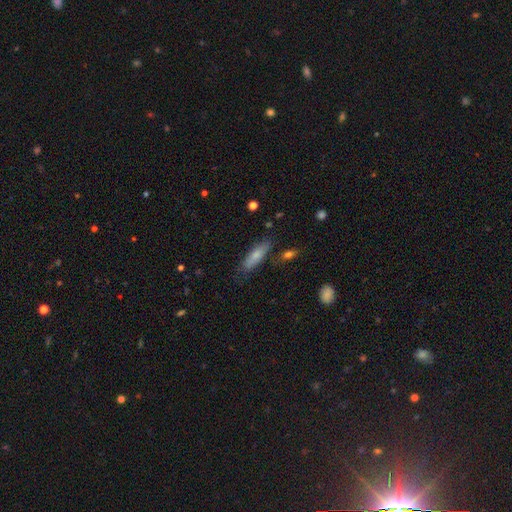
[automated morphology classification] Smooth or featured?
  - smooth: 75% *
  - featured or disk: 19%
  - star or artifact: 7%
How rounded?
  - cigar-shaped: 62% *
  - in between: 36%
  - round: 2%
Merging?
  - none: 77% *
  - minor disturbance: 16%
  - major disturbance: 4%
  - merger: 3%